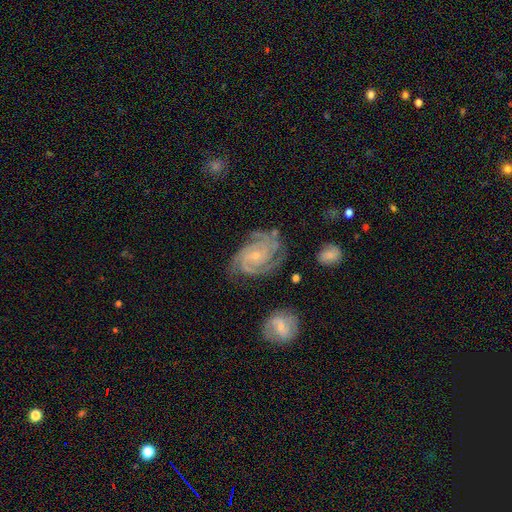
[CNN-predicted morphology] smooth-or-featured: featured or disk: 90% | star or artifact: 5% | smooth: 4%
  disk-edge-on: no: 98% | yes: 2%
    bar: no: 66% | weak: 26% | strong: 8%
    has-spiral-arms: yes: 98% | no: 2%
      spiral-winding: tight: 68% | medium: 28% | loose: 4%
      spiral-arm-count: 3: 41% | 4: 22% | 2: 15% | can't tell: 10% | more than 4: 6% | 1: 5%
    bulge-size: small: 74% | moderate: 22% | none: 2% | large: 1% | dominant: 1%
  merging: none: 71% | minor disturbance: 19% | major disturbance: 7% | merger: 3%